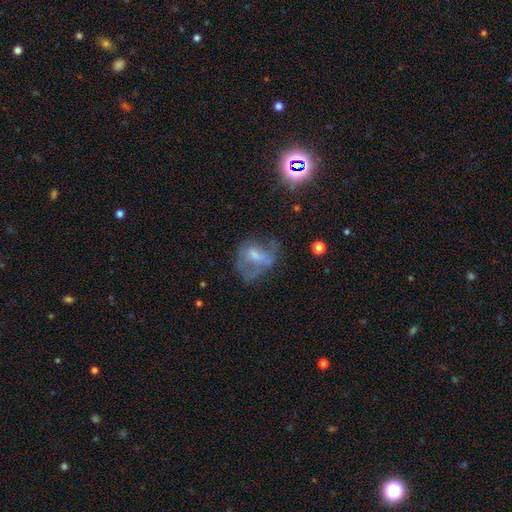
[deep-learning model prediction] Smooth or featured? featured or disk (50%)
Merging? none (37%)